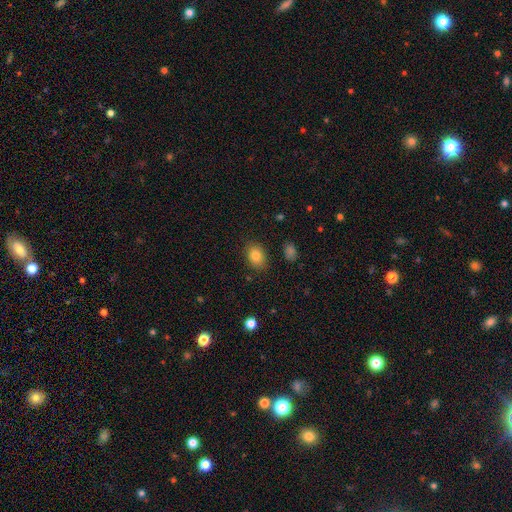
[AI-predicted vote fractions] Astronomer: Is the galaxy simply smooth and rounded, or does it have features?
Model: smooth — 82%.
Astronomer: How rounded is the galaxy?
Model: in between — 76%.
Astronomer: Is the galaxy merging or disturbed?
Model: none — 85%.